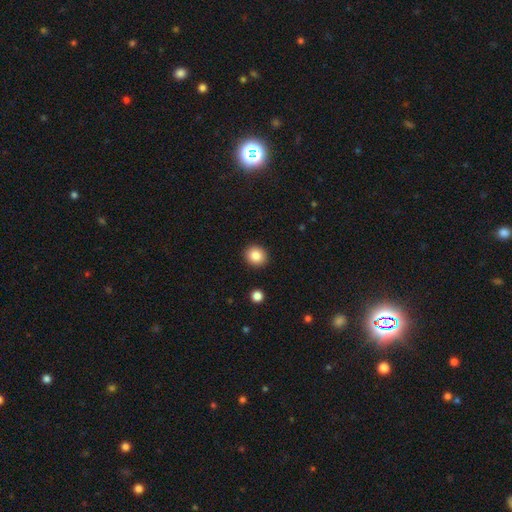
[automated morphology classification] Smooth or featured?
  - smooth: 85% *
  - star or artifact: 9%
  - featured or disk: 5%
How rounded?
  - round: 85% *
  - in between: 14%
  - cigar-shaped: 1%
Merging?
  - none: 92% *
  - minor disturbance: 5%
  - major disturbance: 2%
  - merger: 1%